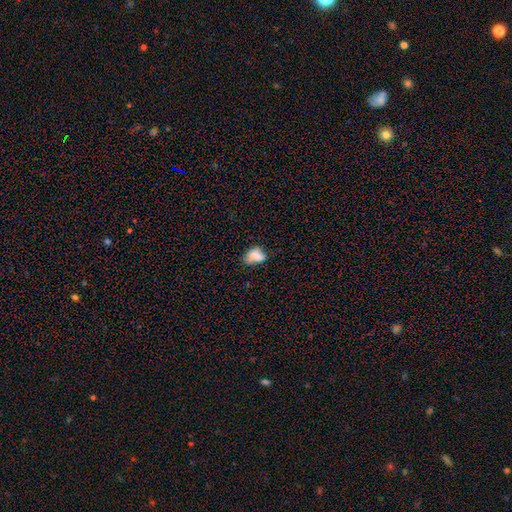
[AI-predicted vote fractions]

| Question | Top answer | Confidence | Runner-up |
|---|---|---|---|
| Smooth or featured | smooth | 73% | featured or disk (15%) |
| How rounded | in between | 79% | round (18%) |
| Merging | none | 38% | minor disturbance (33%) |